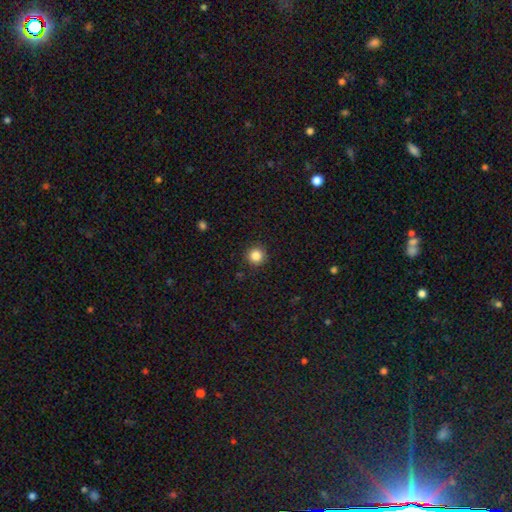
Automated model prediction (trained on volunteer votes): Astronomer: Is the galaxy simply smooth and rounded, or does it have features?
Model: smooth — 85%.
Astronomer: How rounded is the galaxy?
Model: round — 95%.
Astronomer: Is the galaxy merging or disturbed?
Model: none — 91%.